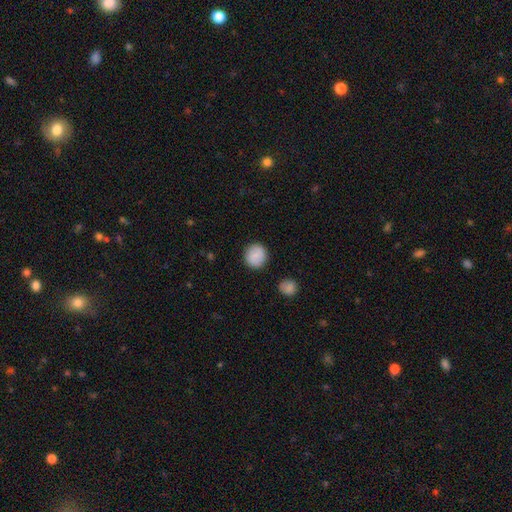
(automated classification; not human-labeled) Overall: smooth (84%). How rounded: round (91%). Merging: none (89%).